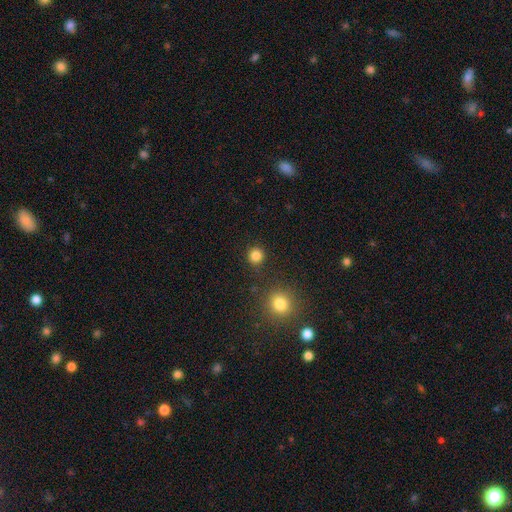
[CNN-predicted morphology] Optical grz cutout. It shows a smooth galaxy with no disk features (83%) that is round (93%). Merging: none (87%).